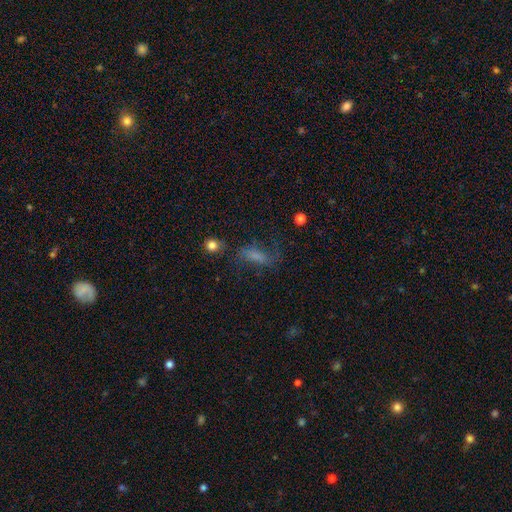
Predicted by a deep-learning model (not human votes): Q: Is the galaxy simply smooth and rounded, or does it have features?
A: smooth — 50%.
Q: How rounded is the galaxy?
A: in between — 65%.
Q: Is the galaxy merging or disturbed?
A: none — 48%.